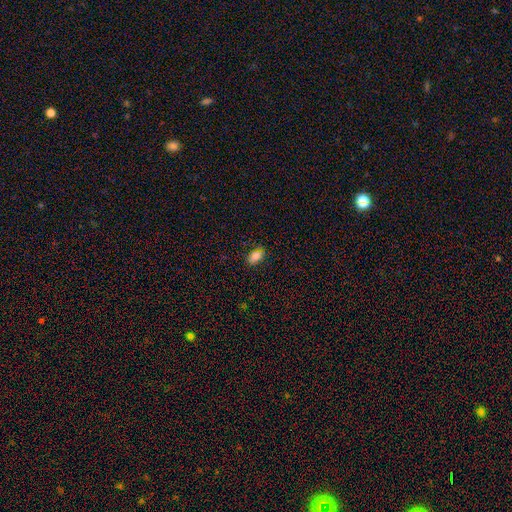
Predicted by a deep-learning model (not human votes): Overall: smooth (84%). How rounded: in between (89%). Merging: none (81%).